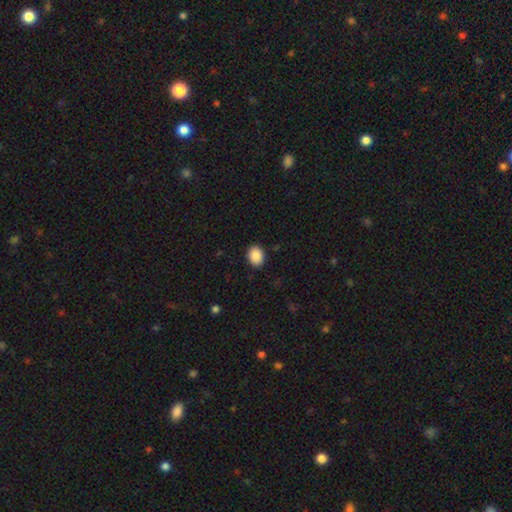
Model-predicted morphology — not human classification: Overall: smooth (89%). How rounded: in between (56%; round 43%). Merging: none (89%).